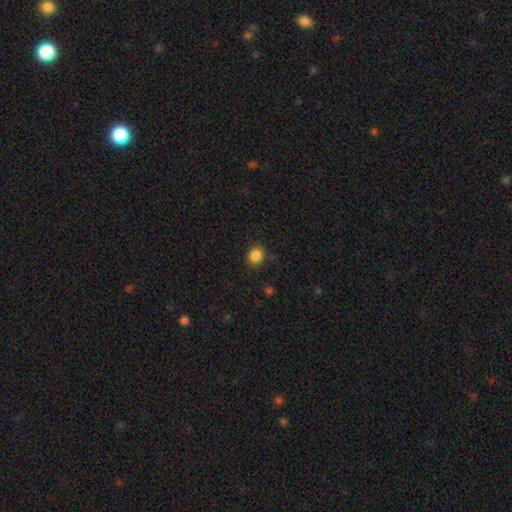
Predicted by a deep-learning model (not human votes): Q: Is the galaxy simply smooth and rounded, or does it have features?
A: smooth — 86%.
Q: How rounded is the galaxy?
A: round — 79%.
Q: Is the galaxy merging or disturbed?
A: none — 86%.